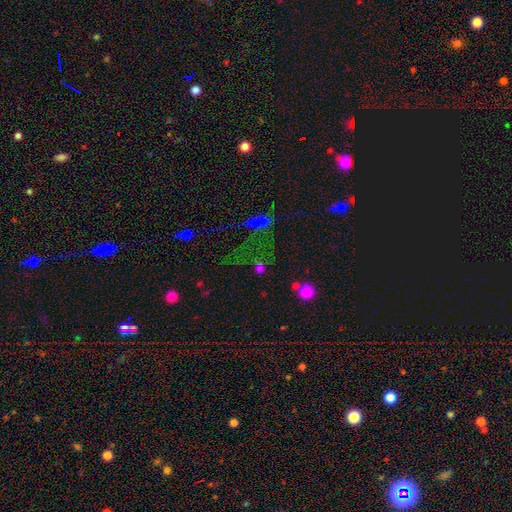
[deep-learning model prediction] Overall: star or artifact (56%; smooth 32%).